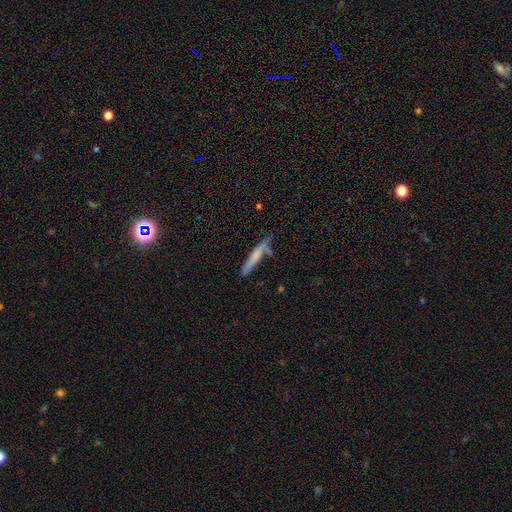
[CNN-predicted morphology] smooth_or_featured: smooth (p=0.60) [alt: featured or disk p=0.33]
how_rounded: cigar-shaped (p=0.94) [alt: in between p=0.05]
merging: none (p=0.69) [alt: minor disturbance p=0.19]